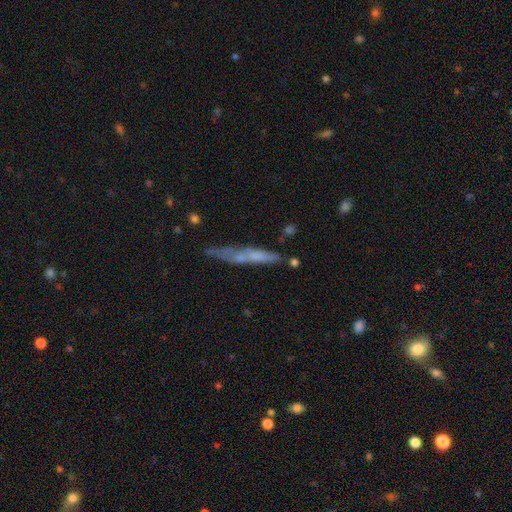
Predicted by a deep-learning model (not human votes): Morphology: type=smooth (49%); merging=none (56%).